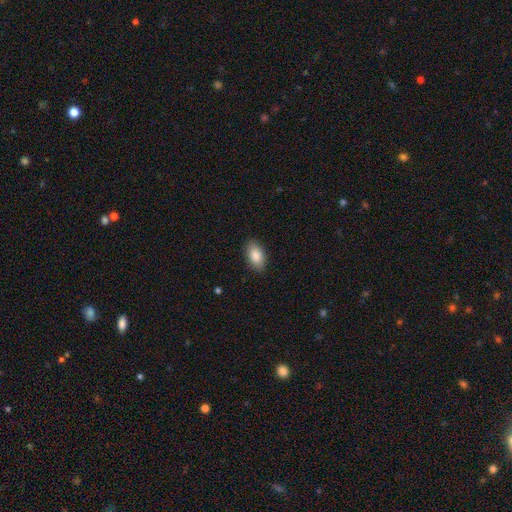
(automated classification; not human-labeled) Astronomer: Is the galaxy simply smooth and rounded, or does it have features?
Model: smooth — 87%.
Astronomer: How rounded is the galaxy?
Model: in between — 93%.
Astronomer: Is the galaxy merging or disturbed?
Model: none — 87%.